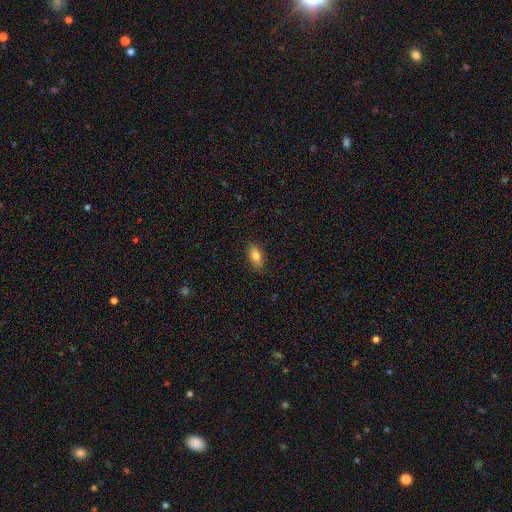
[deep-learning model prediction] smooth-or-featured: smooth: 78% | featured or disk: 14% | star or artifact: 8%
  how-rounded: in between: 85% | cigar-shaped: 10% | round: 5%
  merging: none: 86% | minor disturbance: 11% | major disturbance: 2% | merger: 1%